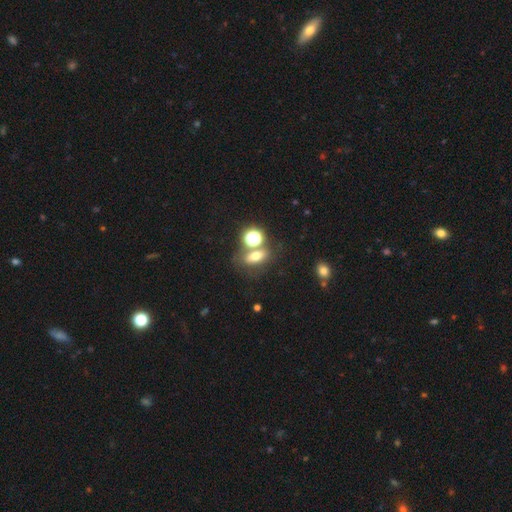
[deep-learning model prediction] A smooth galaxy with no disk features (63%) that is in between round and cigar-shaped (65%).

Vote fractions:
- Smooth or featured? smooth: 63% / star or artifact: 21% / featured or disk: 16%
- How rounded? in between: 65% / round: 30% / cigar-shaped: 6%
- Merging? none: 56% / merger: 25% / minor disturbance: 12% / major disturbance: 6%